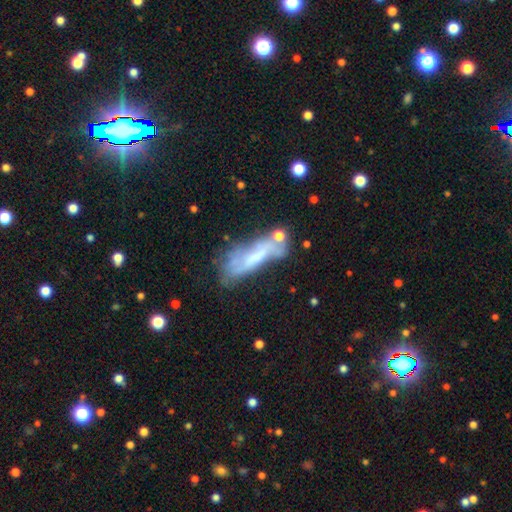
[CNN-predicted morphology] This is possibly a featured or disk galaxy (50%). Merging: marginally none (41%).